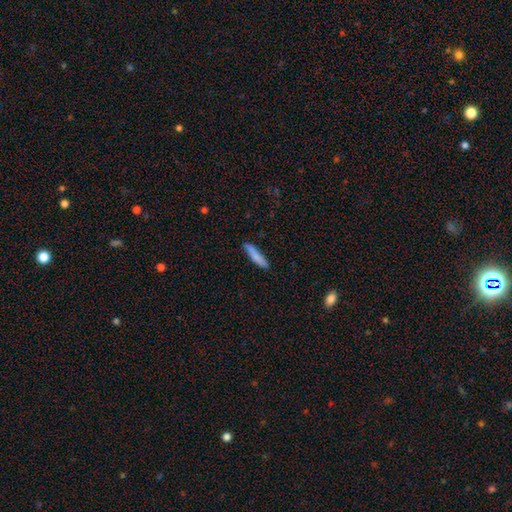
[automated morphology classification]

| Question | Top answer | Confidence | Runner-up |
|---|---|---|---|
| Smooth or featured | smooth | 82% | featured or disk (12%) |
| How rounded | cigar-shaped | 85% | in between (14%) |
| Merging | none | 84% | minor disturbance (13%) |